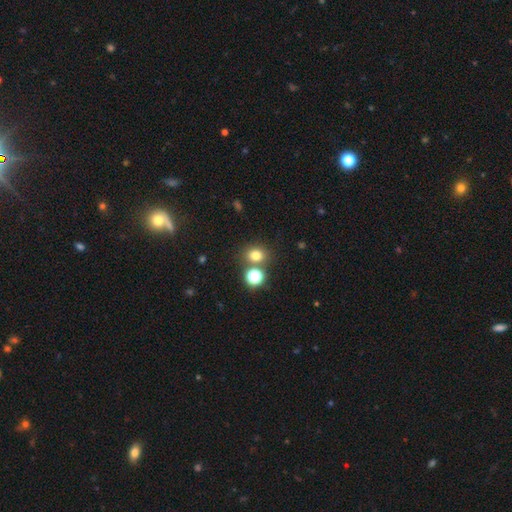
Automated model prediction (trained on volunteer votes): smooth_or_featured: smooth (p=0.75) [alt: star or artifact p=0.18]
how_rounded: round (p=0.67) [alt: in between p=0.32]
merging: none (p=0.72) [alt: merger p=0.16]